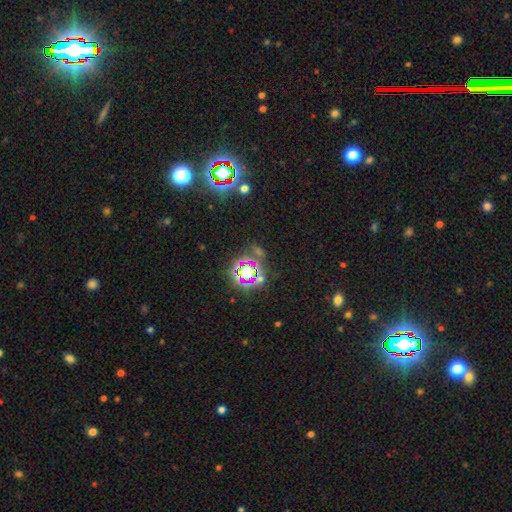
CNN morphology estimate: star or artifact 79%, smooth 13%, featured or disk 8%.